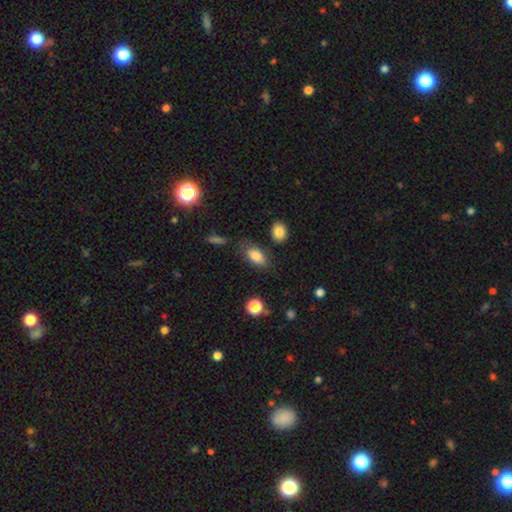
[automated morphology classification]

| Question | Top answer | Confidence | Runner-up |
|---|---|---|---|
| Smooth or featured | smooth | 82% | featured or disk (9%) |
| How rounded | in between | 90% | round (6%) |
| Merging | none | 70% | minor disturbance (18%) |